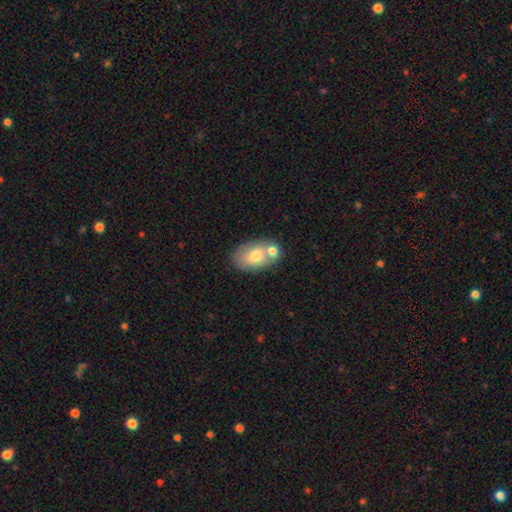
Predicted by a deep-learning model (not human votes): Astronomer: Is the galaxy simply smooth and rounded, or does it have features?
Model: smooth — 72%.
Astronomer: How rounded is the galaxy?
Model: in between — 86%.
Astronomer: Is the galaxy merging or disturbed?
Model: none — 48% (runner-up: merger, 33%).